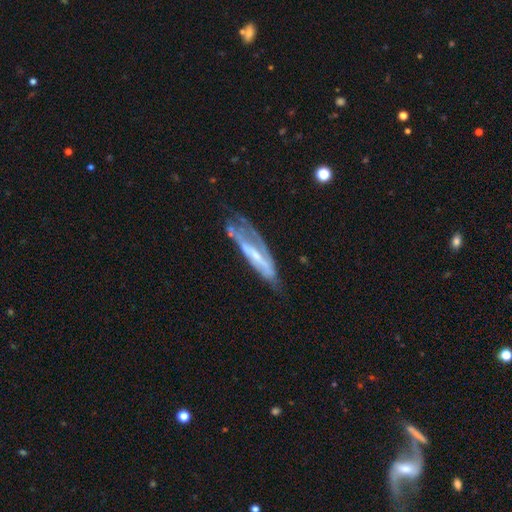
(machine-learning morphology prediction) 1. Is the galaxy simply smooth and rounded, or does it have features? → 70% featured or disk, 23% smooth, 7% star or artifact.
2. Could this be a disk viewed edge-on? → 65% no, 35% yes.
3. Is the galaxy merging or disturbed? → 40% none, 28% major disturbance, 28% minor disturbance, 5% merger.